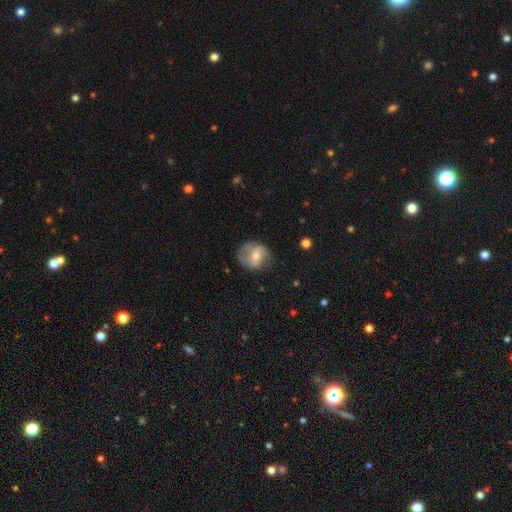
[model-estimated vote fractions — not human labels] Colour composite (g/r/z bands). It shows a featured or disk galaxy (67%) with a weak bar (45%), 2 (84%) medium (45%) spiral arms (86%) and a moderate central bulge (56%). Merging: none (72%).